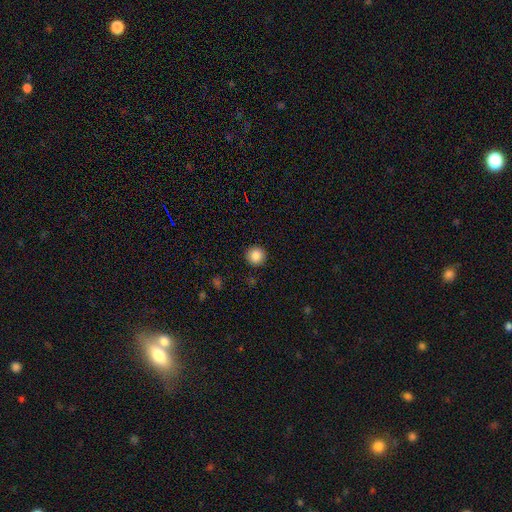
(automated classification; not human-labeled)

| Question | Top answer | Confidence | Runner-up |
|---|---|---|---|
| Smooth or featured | smooth | 87% | star or artifact (9%) |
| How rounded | round | 94% | in between (5%) |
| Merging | none | 92% | minor disturbance (5%) |